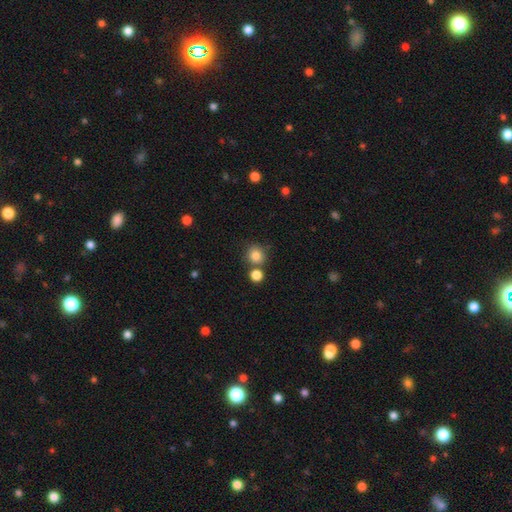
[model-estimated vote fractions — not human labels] Smooth or featured? smooth (82%)
How rounded? round (88%)
Merging? none (70%)